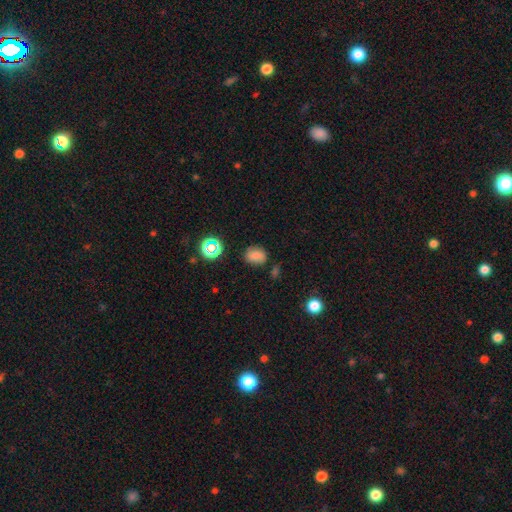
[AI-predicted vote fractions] smooth 75%, star or artifact 17%, featured or disk 8%. Down the decision tree: how rounded — in between (51%); merging — none (73%).